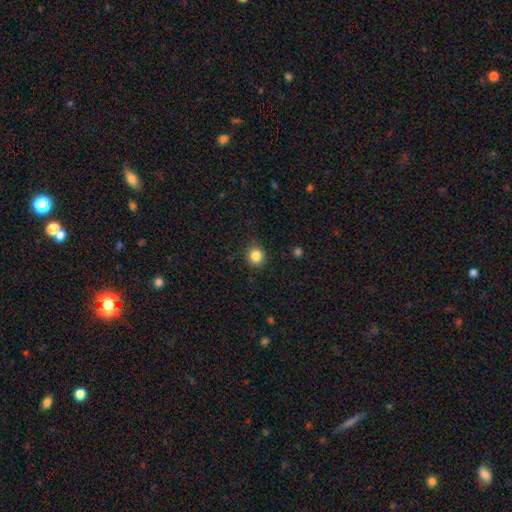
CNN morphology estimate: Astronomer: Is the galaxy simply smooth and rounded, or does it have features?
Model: smooth — 84%.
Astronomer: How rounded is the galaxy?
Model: round — 89%.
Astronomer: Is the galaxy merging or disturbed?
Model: none — 89%.